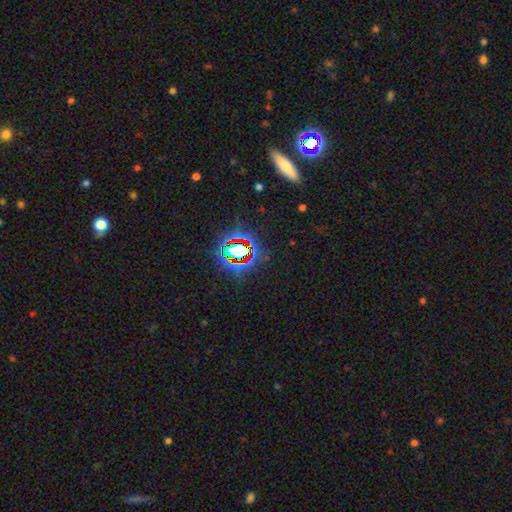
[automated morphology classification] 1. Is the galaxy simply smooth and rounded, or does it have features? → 74% star or artifact, 14% smooth, 12% featured or disk.